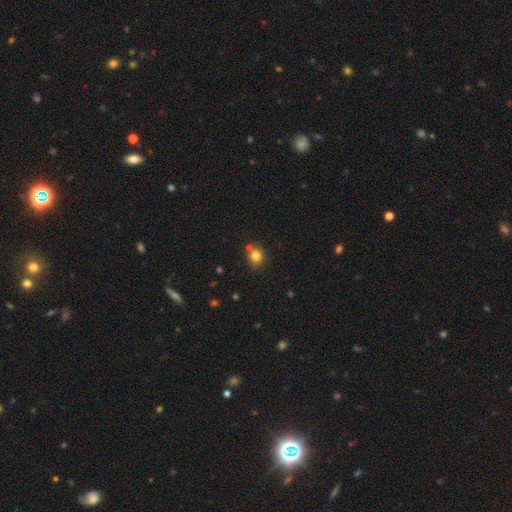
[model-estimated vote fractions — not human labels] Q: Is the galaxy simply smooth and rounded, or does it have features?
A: smooth — 79%.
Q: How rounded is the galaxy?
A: round — 79%.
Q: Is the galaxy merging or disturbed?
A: none — 71%.